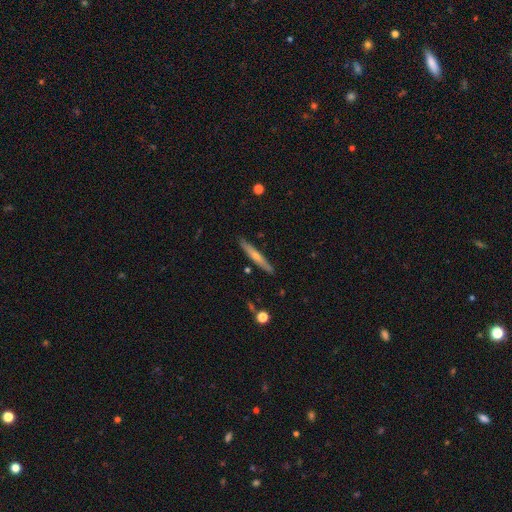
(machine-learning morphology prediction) This appears to be a featured or disk galaxy (53%) viewed edge-on (94%) with a rounded central bulge (66%). Merging: none (90%).